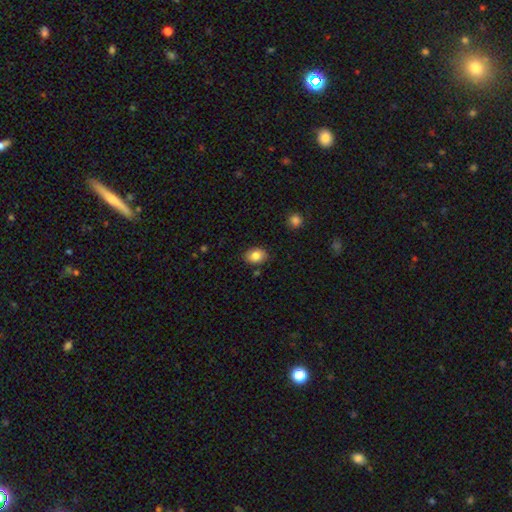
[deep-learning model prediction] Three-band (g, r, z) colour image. It shows a smooth galaxy with no disk features (83%) that is in between round and cigar-shaped (70%). Merging: none (85%).